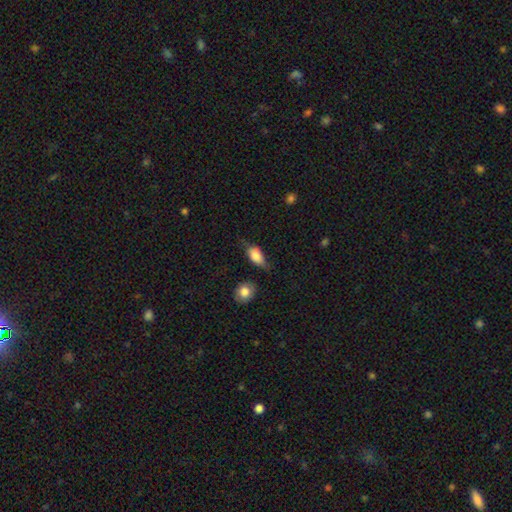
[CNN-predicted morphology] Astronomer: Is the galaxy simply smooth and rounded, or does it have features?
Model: smooth — 74%.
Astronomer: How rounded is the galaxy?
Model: in between — 84%.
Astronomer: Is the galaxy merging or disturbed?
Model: none — 49% (runner-up: minor disturbance, 33%).